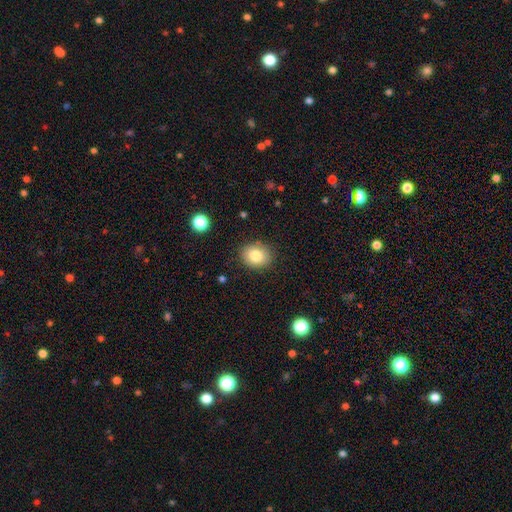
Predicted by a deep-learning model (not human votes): The model was most divided on "how rounded": round: 57%, in between: 42%, cigar-shaped: 1%. More confident: merging — none (87%); smooth or featured — smooth (82%).